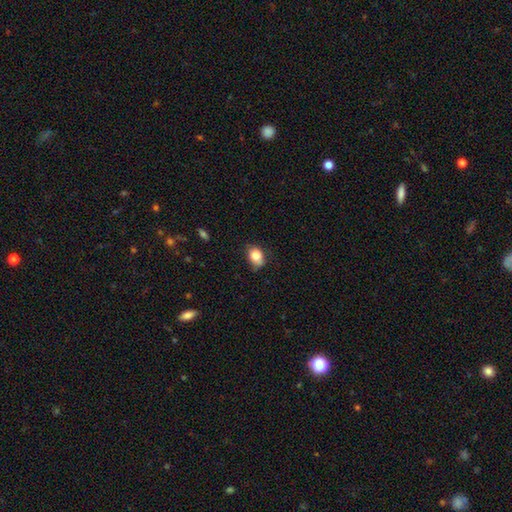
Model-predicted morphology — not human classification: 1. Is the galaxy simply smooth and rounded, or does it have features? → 83% smooth, 9% star or artifact, 8% featured or disk.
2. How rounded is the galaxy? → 67% in between, 31% round, 1% cigar-shaped.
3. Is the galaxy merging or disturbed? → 59% none, 32% minor disturbance, 7% major disturbance, 2% merger.